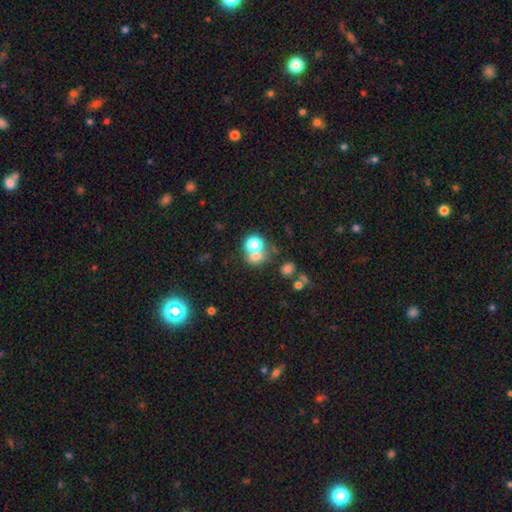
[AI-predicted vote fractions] Morphology: type=smooth (66%); roundness=round (67%); merging=merger (47%).